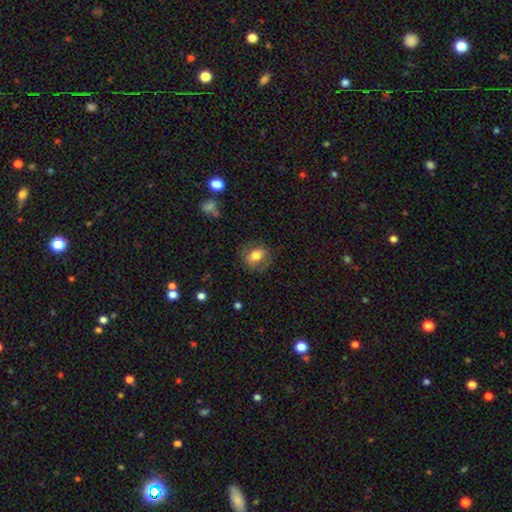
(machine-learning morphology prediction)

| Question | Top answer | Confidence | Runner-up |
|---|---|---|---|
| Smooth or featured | smooth | 68% | featured or disk (24%) |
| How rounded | in between | 55% | round (43%) |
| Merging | none | 75% | minor disturbance (16%) |